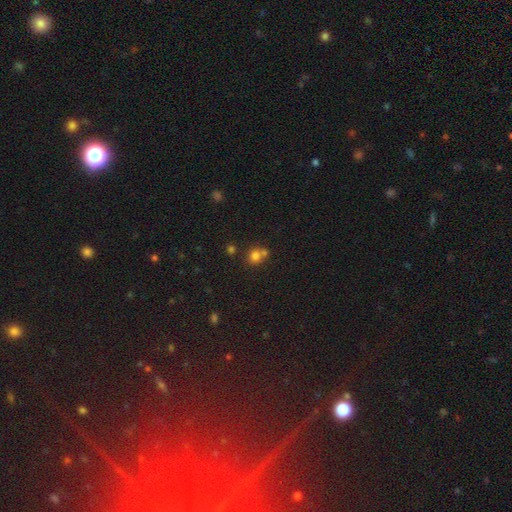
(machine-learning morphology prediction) smooth_or_featured: smooth (p=0.76) [alt: star or artifact p=0.15]
how_rounded: round (p=0.80) [alt: in between p=0.19]
merging: none (p=0.52) [alt: merger p=0.37]